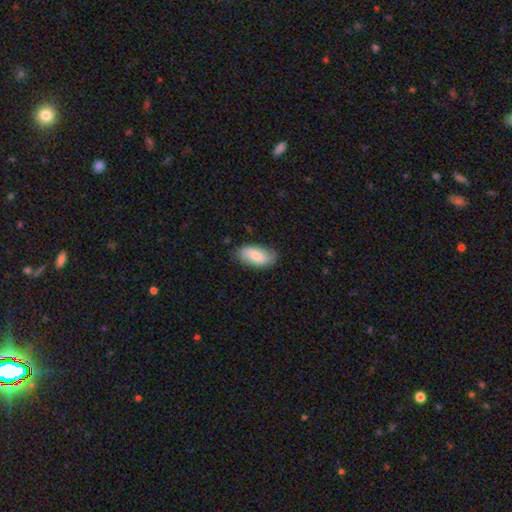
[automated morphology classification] Smooth or featured? smooth (68%)
How rounded? in between (93%)
Merging? none (78%)